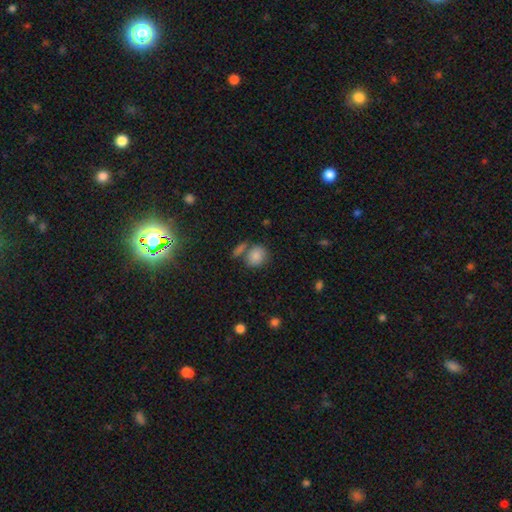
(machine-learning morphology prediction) Smooth or featured? Predicted: smooth (p=0.84). How rounded? Predicted: round (p=0.66). Merging? Predicted: none (p=0.57).